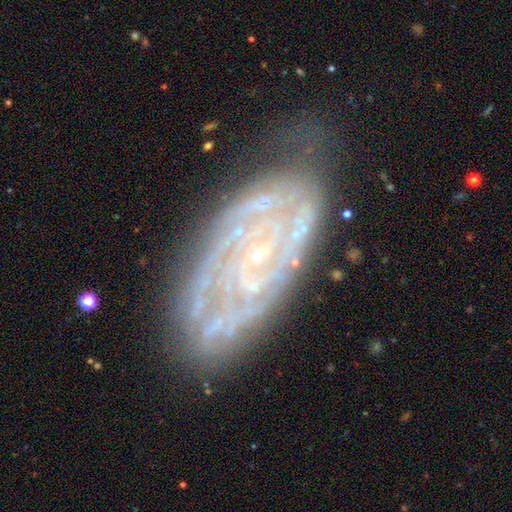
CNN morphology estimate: type=featured or disk (84%); edge-on=no (93%); bar=no (74%); spiral arms=yes (91%); winding=tight (73%); arm count=can't tell (38%); bulge=small (85%); merging=none (70%).